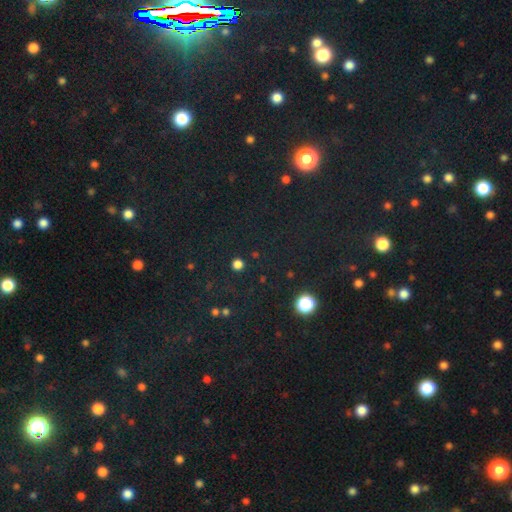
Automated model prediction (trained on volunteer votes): Smooth or featured? Predicted: star or artifact (p=0.73).